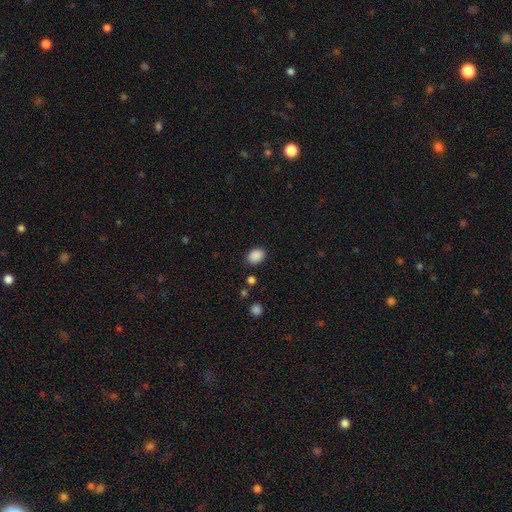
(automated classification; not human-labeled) smooth-or-featured: smooth: 88% | star or artifact: 9% | featured or disk: 3%
  how-rounded: in between: 66% | round: 33% | cigar-shaped: 1%
  merging: none: 84% | minor disturbance: 11% | major disturbance: 3% | merger: 2%